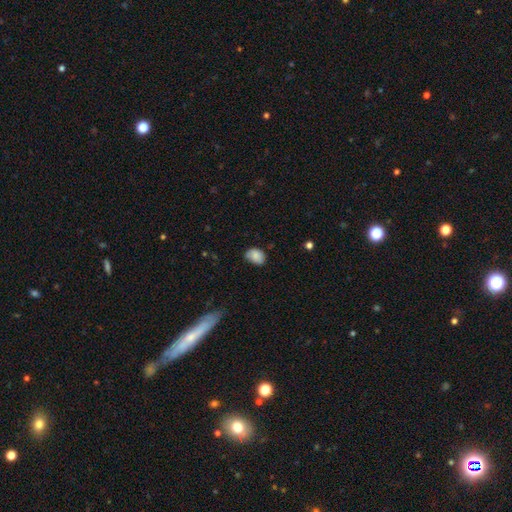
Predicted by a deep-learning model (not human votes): Overall: smooth (83%). How rounded: in between (75%). Merging: none (62%; minor disturbance 31%).